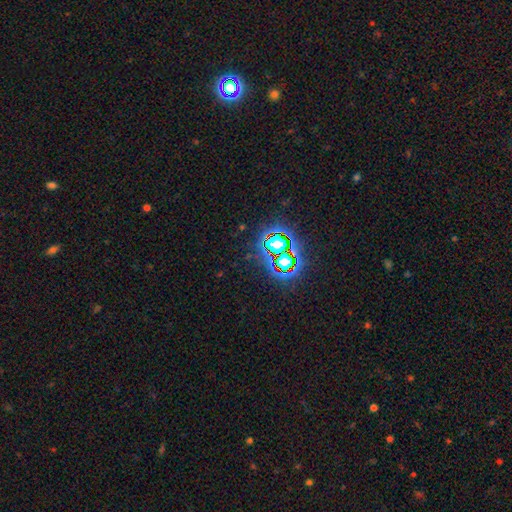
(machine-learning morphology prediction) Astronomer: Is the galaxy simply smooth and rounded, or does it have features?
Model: star or artifact — 77%.